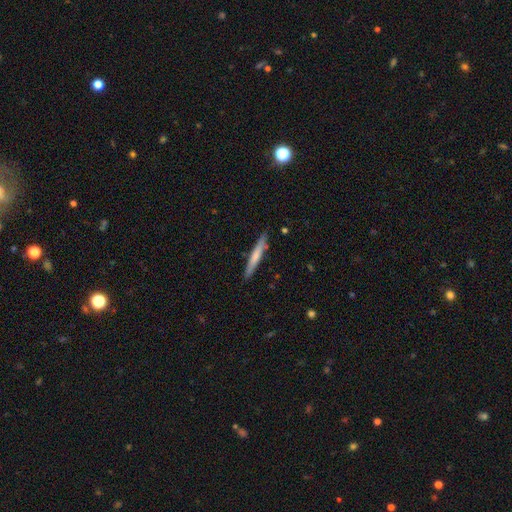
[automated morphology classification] Smooth or featured? Predicted: smooth (p=0.65). How rounded? Predicted: cigar-shaped (p=0.95). Merging? Predicted: none (p=0.86).